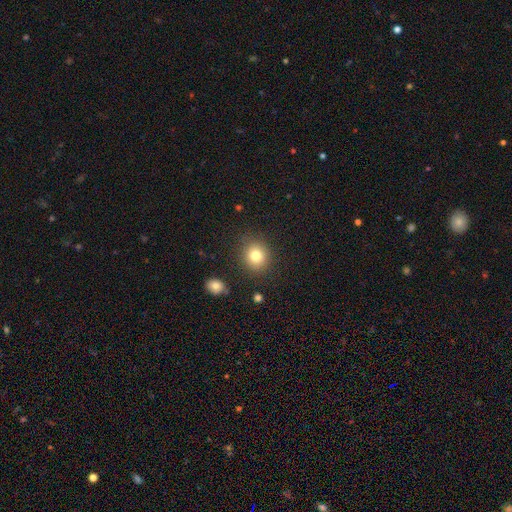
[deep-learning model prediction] Smooth or featured: smooth — 80% (star or artifact — 11%)
How rounded: round — 79% (in between — 20%)
Merging: none — 86% (minor disturbance — 9%)